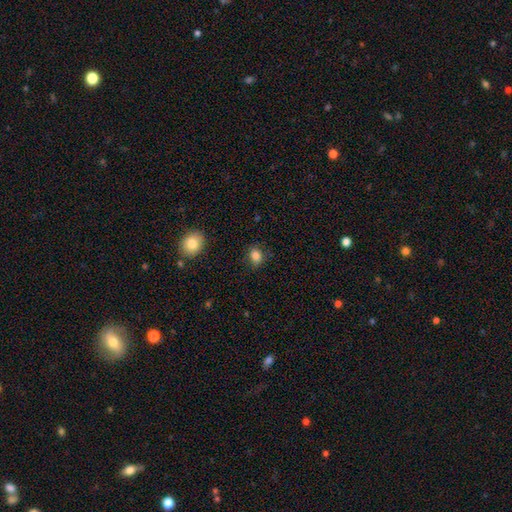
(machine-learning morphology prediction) smooth_or_featured: smooth (p=0.84) [alt: star or artifact p=0.11]
how_rounded: in between (p=0.58) [alt: round p=0.41]
merging: none (p=0.82) [alt: minor disturbance p=0.13]